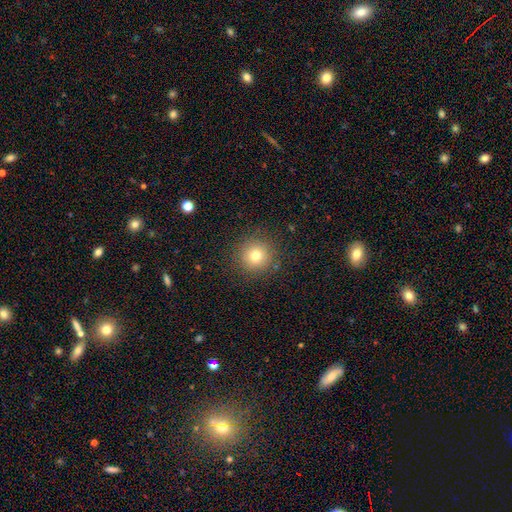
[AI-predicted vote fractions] This appears to be a smooth galaxy with no disk features (76%) that is round (95%). Merging: none (89%).